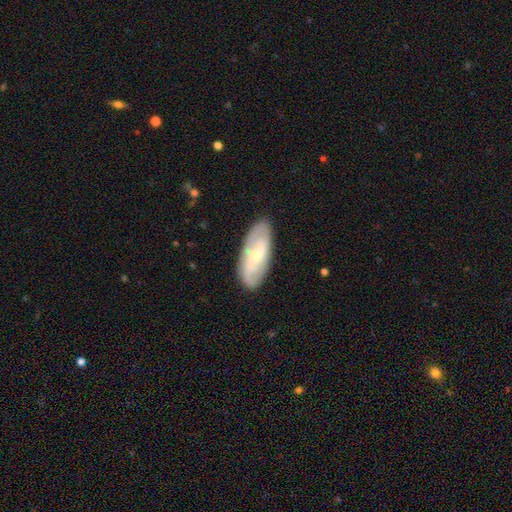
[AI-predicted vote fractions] Smooth or featured?
  - featured or disk: 57% *
  - smooth: 37%
  - star or artifact: 6%
Edge-on disk?
  - no: 88% *
  - yes: 12%
Bar?
  - weak: 47% *
  - no: 29%
  - strong: 24%
Spiral arms?
  - yes: 75% *
  - no: 25%
Bulge size?
  - small: 59% *
  - moderate: 35%
  - none: 3%
  - large: 2%
  - dominant: 1%
Merging?
  - none: 83% *
  - minor disturbance: 12%
  - major disturbance: 3%
  - merger: 1%